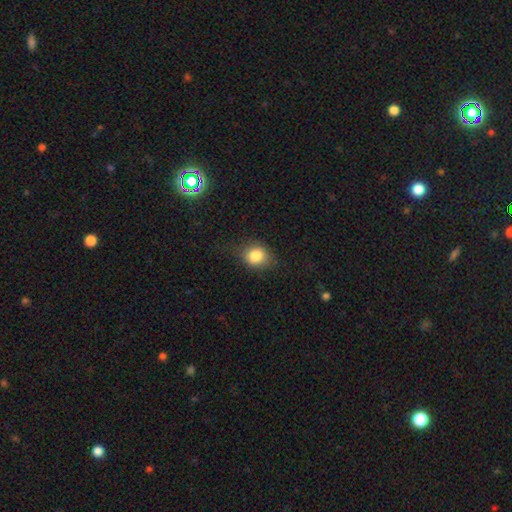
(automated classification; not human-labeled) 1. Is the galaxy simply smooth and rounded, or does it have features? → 82% smooth, 10% star or artifact, 8% featured or disk.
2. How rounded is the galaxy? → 60% round, 39% in between, 1% cigar-shaped.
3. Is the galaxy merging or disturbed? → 69% none, 22% minor disturbance, 8% major disturbance, 1% merger.